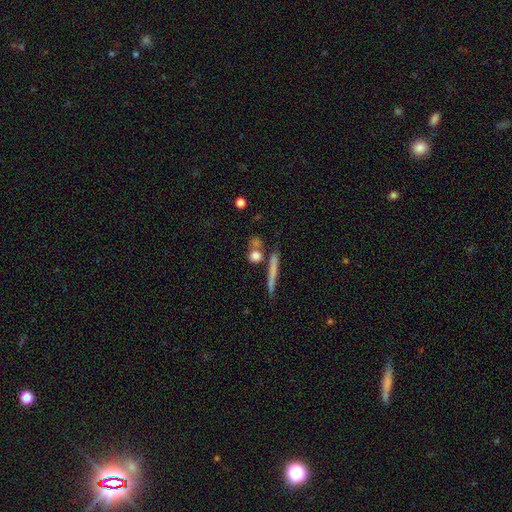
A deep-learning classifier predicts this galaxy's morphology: smooth 75%, featured or disk 15%, star or artifact 10%. Down the decision tree: how rounded — round (63%); merging — none (61%).